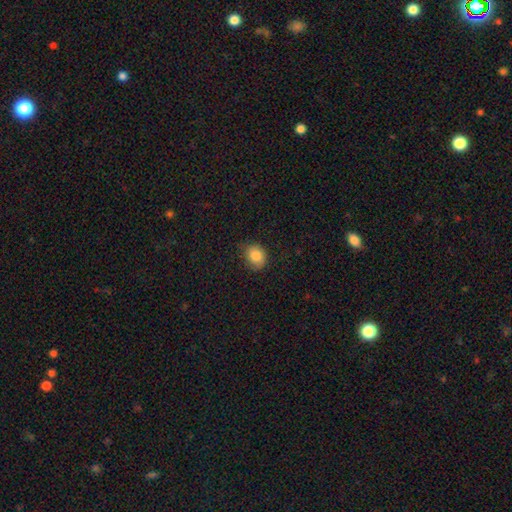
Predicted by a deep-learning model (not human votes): smooth_or_featured: smooth (p=0.84) [alt: star or artifact p=0.09]
how_rounded: round (p=0.61) [alt: in between p=0.38]
merging: none (p=0.74) [alt: minor disturbance p=0.21]